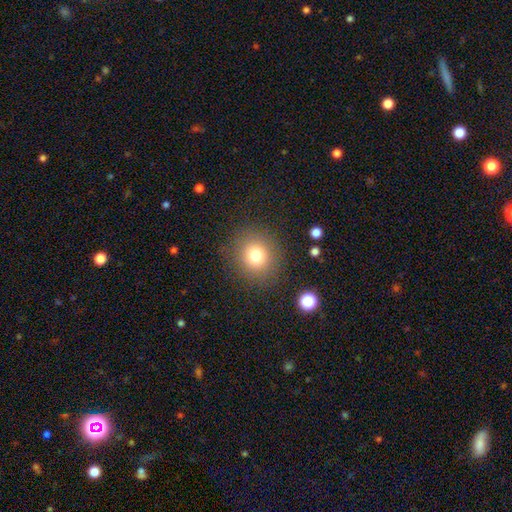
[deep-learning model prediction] A smooth galaxy with no disk features (76%) that is round (88%).

Vote fractions:
- Smooth or featured? smooth: 76% / star or artifact: 15% / featured or disk: 9%
- How rounded? round: 88% / in between: 11% / cigar-shaped: 1%
- Merging? none: 87% / minor disturbance: 8% / major disturbance: 4% / merger: 1%